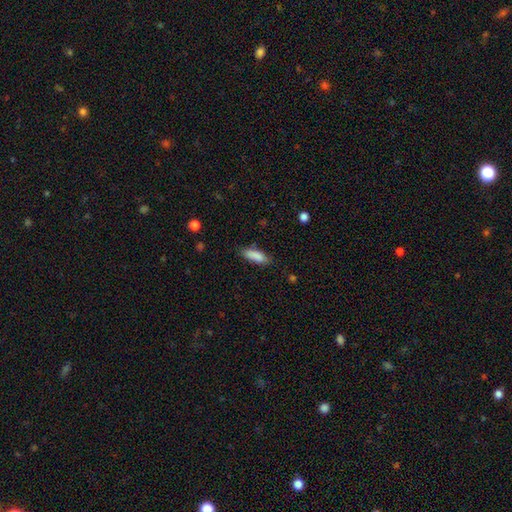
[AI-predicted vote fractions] This is clearly a smooth galaxy (87%). How rounded: likely in between (61%). Merging: likely none (79%).